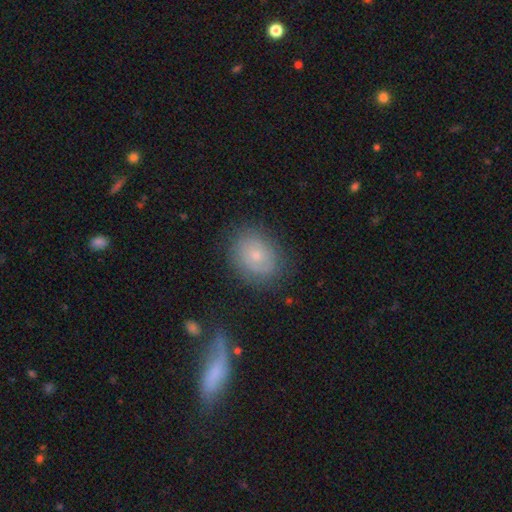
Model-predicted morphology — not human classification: Q: Smooth or featured?
A: smooth (56%); runner-up: featured or disk (34%)
Q: How rounded?
A: round (58%); runner-up: in between (41%)
Q: Merging?
A: none (78%); runner-up: minor disturbance (15%)